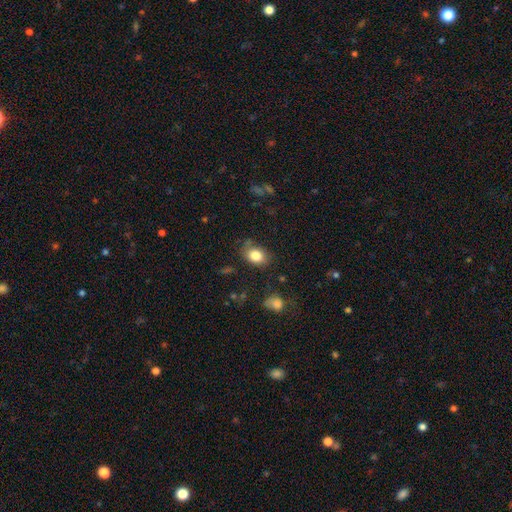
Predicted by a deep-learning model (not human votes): Smooth or featured?
  - smooth: 83% *
  - star or artifact: 9%
  - featured or disk: 9%
How rounded?
  - in between: 72% *
  - round: 27%
  - cigar-shaped: 1%
Merging?
  - none: 71% *
  - minor disturbance: 20%
  - major disturbance: 6%
  - merger: 3%